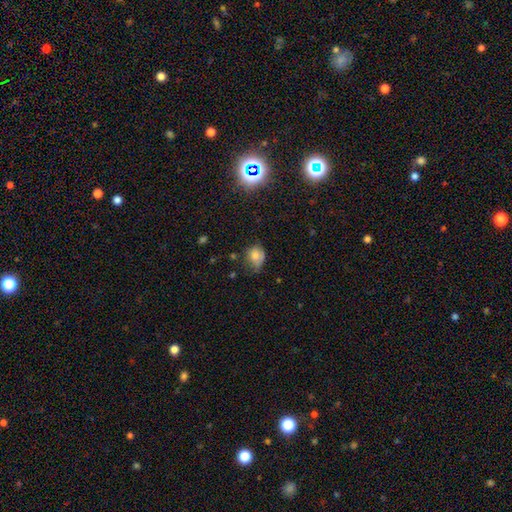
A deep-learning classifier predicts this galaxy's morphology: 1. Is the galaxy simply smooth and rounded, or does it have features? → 73% smooth, 15% featured or disk, 12% star or artifact.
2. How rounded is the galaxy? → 52% round, 46% in between, 1% cigar-shaped.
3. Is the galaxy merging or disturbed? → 46% none, 37% minor disturbance, 13% major disturbance, 3% merger.